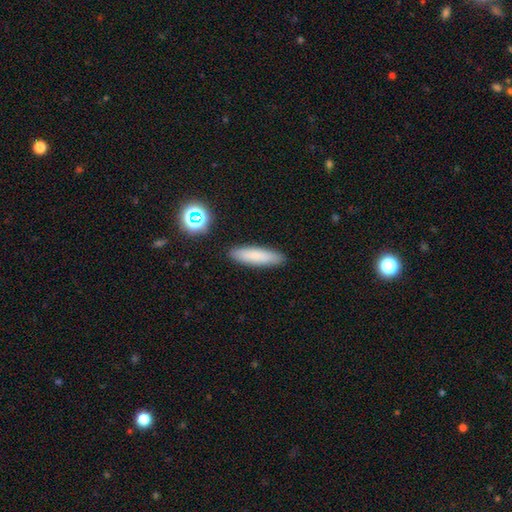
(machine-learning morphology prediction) type=smooth (80%); roundness=cigar-shaped (73%); merging=none (89%).